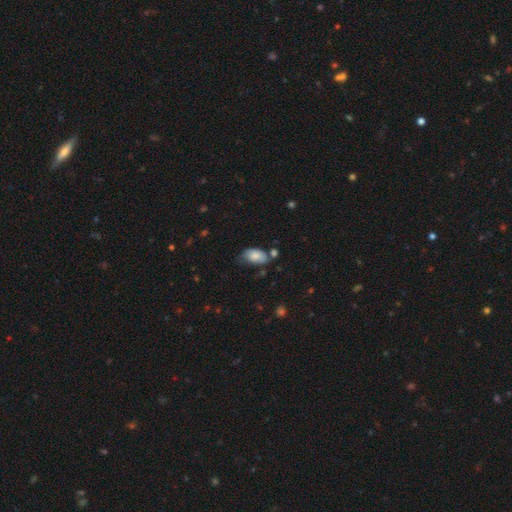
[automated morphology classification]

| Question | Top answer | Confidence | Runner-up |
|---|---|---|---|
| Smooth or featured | smooth | 78% | featured or disk (14%) |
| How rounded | in between | 92% | round (6%) |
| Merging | none | 48% | minor disturbance (34%) |